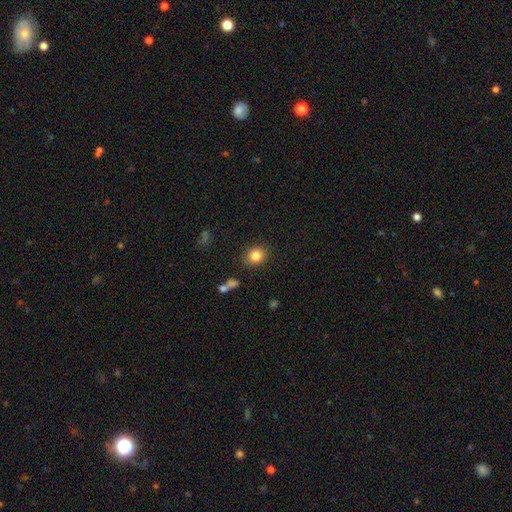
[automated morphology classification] Smooth or featured?
  - smooth: 83% *
  - star or artifact: 10%
  - featured or disk: 7%
How rounded?
  - round: 72% *
  - in between: 27%
  - cigar-shaped: 1%
Merging?
  - none: 86% *
  - minor disturbance: 9%
  - major disturbance: 3%
  - merger: 2%